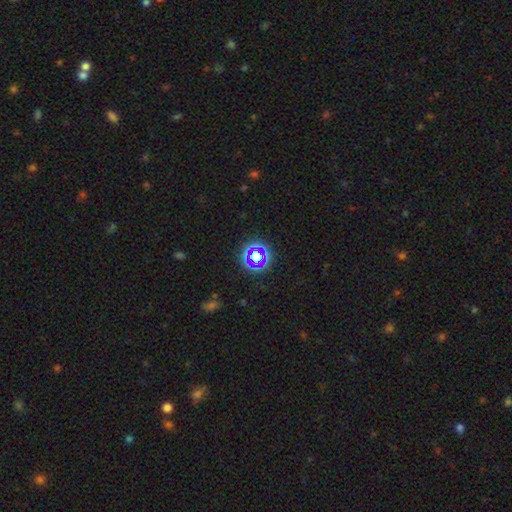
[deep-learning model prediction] star or artifact 60%, smooth 26%, featured or disk 14%.